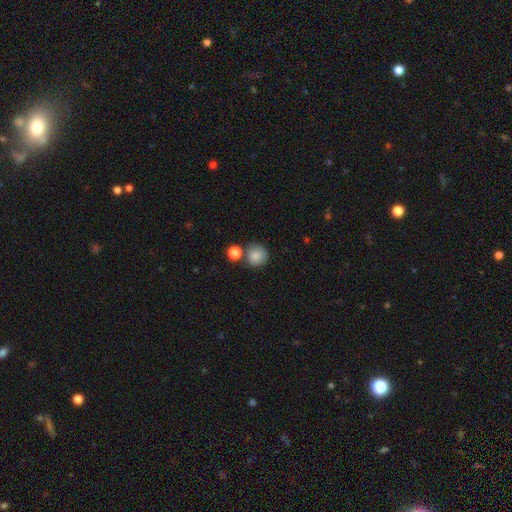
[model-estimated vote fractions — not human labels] This appears to be a smooth galaxy with no disk features (86%) that is round (92%). Merging: none (68%).